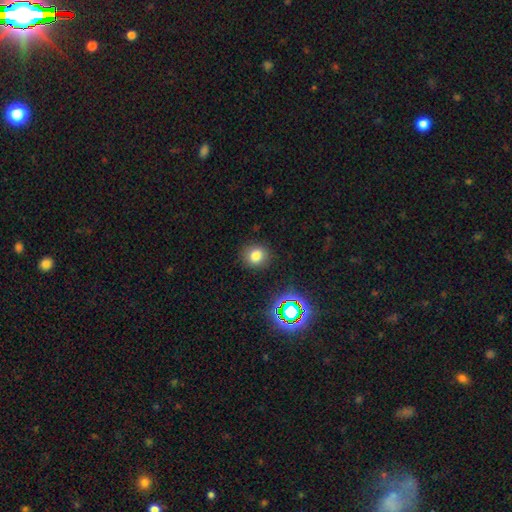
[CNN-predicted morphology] smooth_or_featured: smooth (p=0.77) [alt: star or artifact p=0.17]
how_rounded: round (p=0.82) [alt: in between p=0.17]
merging: none (p=0.88) [alt: minor disturbance p=0.08]